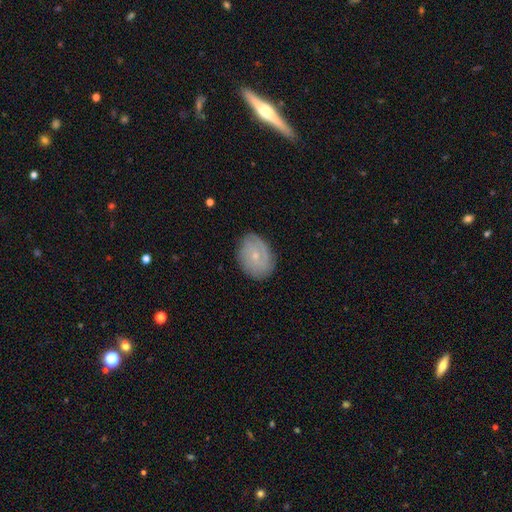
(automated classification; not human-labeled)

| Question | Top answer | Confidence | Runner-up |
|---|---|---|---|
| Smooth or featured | featured or disk | 64% | smooth (29%) |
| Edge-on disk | no | 96% | yes (4%) |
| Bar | no | 65% | weak (31%) |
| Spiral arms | yes | 86% | no (14%) |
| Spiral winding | tight | 61% | medium (29%) |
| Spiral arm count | can't tell | 37% | 2 (36%) |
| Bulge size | small | 73% | moderate (23%) |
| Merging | none | 79% | minor disturbance (16%) |